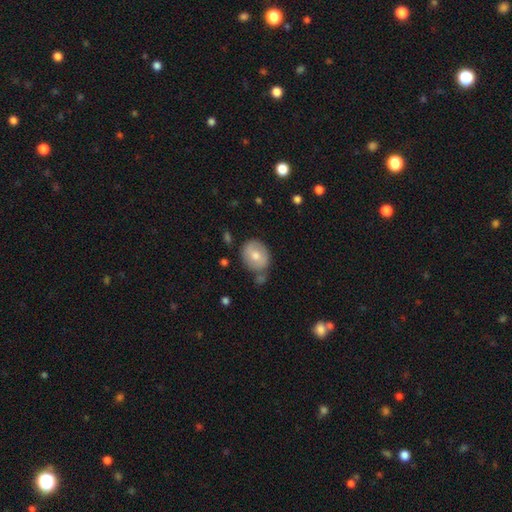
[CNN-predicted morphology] Smooth or featured? Predicted: smooth (p=0.67). How rounded? Predicted: round (p=0.60). Merging? Predicted: none (p=0.67).